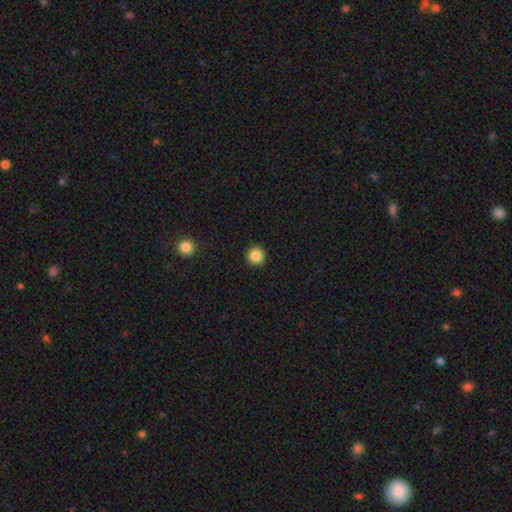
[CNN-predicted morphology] smooth_or_featured: smooth (p=0.86) [alt: star or artifact p=0.10]
how_rounded: round (p=0.95) [alt: in between p=0.04]
merging: none (p=0.91) [alt: minor disturbance p=0.06]